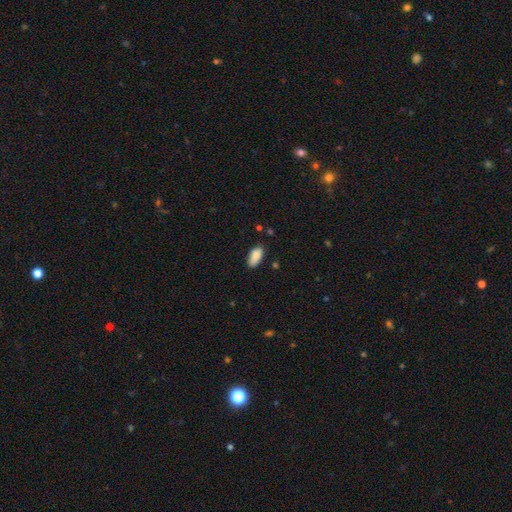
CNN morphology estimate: Smooth or featured? Predicted: smooth (p=0.87). How rounded? Predicted: in between (p=0.90). Merging? Predicted: none (p=0.76).